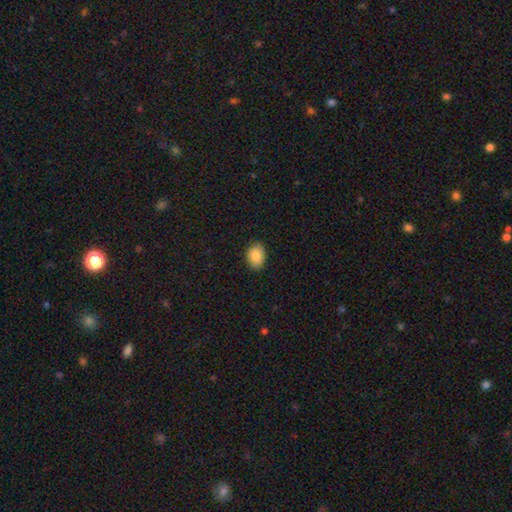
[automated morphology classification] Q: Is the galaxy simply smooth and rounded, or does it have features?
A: smooth — 87%.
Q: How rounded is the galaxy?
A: in between — 78%.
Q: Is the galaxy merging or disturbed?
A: none — 89%.